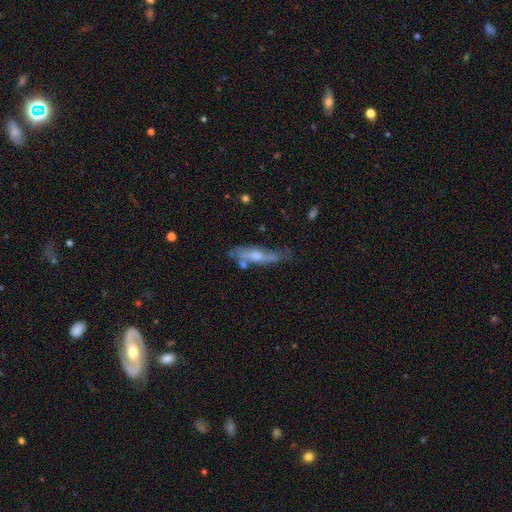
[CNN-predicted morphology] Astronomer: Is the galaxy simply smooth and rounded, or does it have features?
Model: featured or disk — 50% (runner-up: smooth, 42%).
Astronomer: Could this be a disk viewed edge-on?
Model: yes — 57% (runner-up: no, 43%).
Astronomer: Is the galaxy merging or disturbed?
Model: none — 45% (runner-up: minor disturbance, 28%).